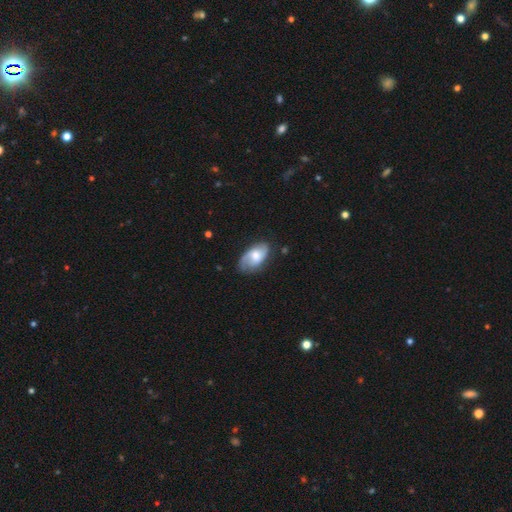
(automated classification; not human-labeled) Smooth or featured? Predicted: featured or disk (p=0.56). Edge-on disk? Predicted: no (p=0.94). Bar? Predicted: no (p=0.61). Spiral arms? Predicted: yes (p=0.86). Bulge size? Predicted: moderate (p=0.57). Merging? Predicted: none (p=0.68).